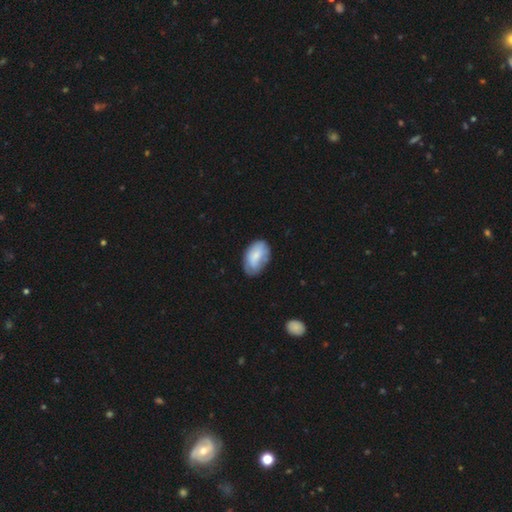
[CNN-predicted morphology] Smooth or featured: smooth — 73% (featured or disk — 21%)
How rounded: in between — 92% (round — 7%)
Merging: none — 66% (minor disturbance — 25%)